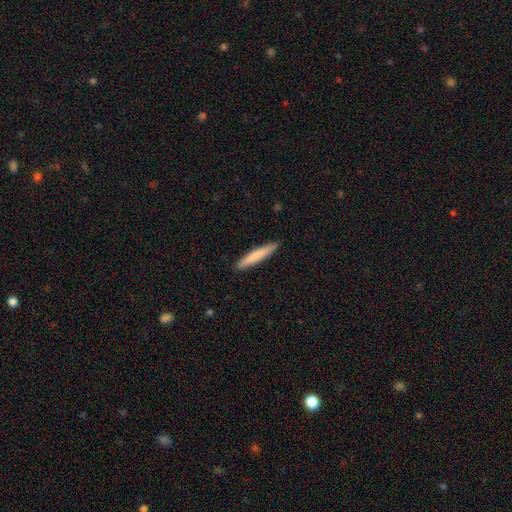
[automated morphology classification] Smooth or featured? Predicted: smooth (p=0.77). How rounded? Predicted: cigar-shaped (p=0.94). Merging? Predicted: none (p=0.91).